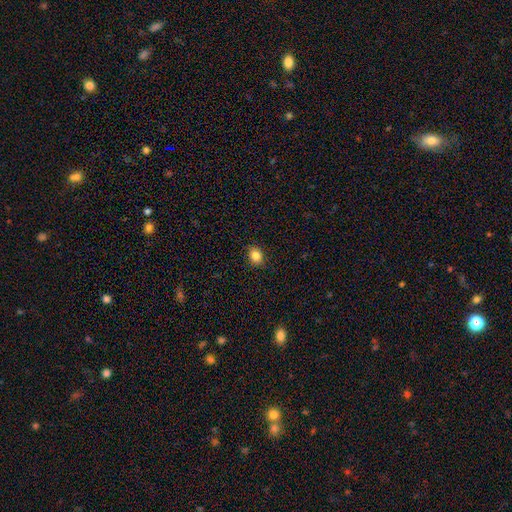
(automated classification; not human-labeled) The model was most divided on "how rounded": round: 53%, in between: 46%, cigar-shaped: 1%. More confident: merging — none (88%); smooth or featured — smooth (84%).